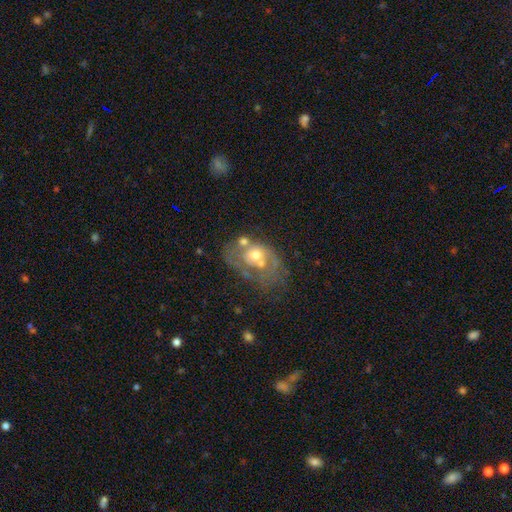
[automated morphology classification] featured or disk 62%, smooth 29%, star or artifact 9%. Down the decision tree: edge-on disk — no (96%); bar — no (84%); spiral arms — no (57%); bulge size — moderate (67%); merging — none (32%).